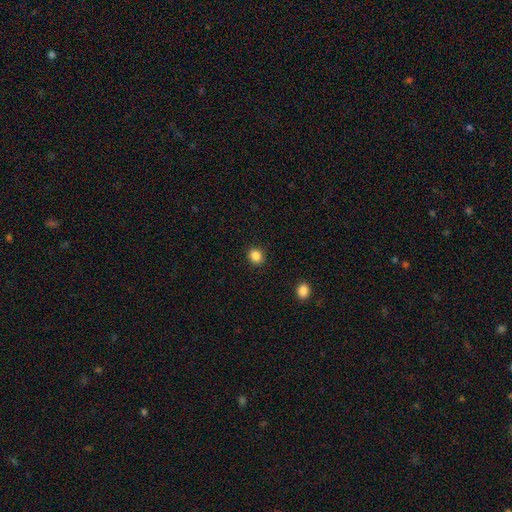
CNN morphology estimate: smooth 85%, star or artifact 11%, featured or disk 4%. Down the decision tree: how rounded — round (82%); merging — none (92%).